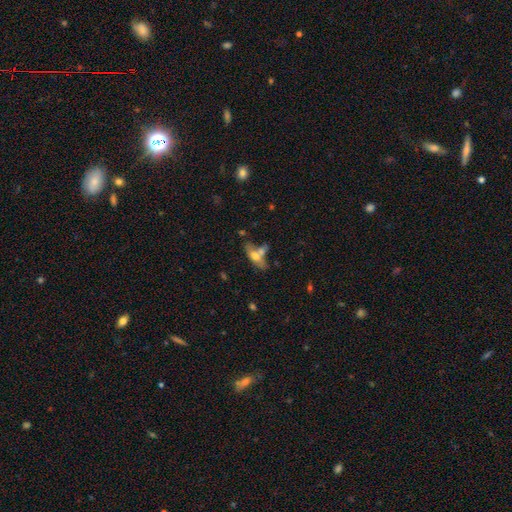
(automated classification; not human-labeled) A smooth galaxy with no disk features (51%) that is in between round and cigar-shaped (63%).

Vote fractions:
- Smooth or featured? smooth: 51% / featured or disk: 41% / star or artifact: 8%
- How rounded? in between: 63% / cigar-shaped: 32% / round: 5%
- Merging? none: 39% / merger: 37% / minor disturbance: 15% / major disturbance: 9%